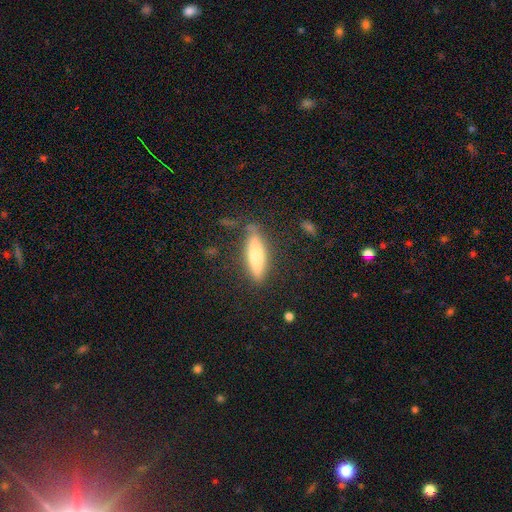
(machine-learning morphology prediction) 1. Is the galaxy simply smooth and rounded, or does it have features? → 63% smooth, 30% featured or disk, 7% star or artifact.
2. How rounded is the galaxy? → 68% cigar-shaped, 30% in between, 2% round.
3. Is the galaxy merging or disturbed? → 75% none, 17% minor disturbance, 6% major disturbance, 3% merger.